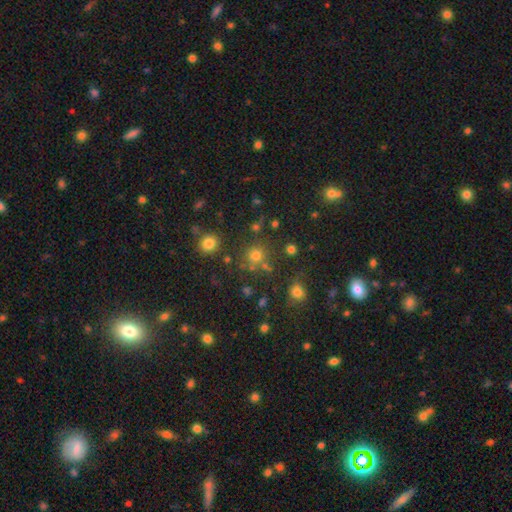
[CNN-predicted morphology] Smooth or featured? Predicted: smooth (p=0.69). How rounded? Predicted: round (p=0.90). Merging? Predicted: none (p=0.75).